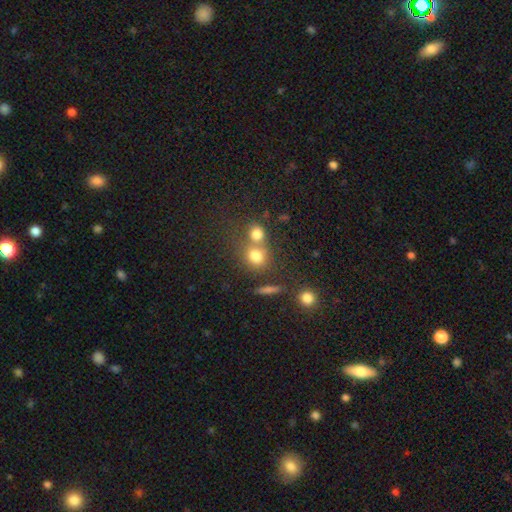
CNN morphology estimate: smooth_or_featured: smooth (p=0.77) [alt: star or artifact p=0.13]
how_rounded: round (p=0.75) [alt: in between p=0.23]
merging: none (p=0.46) [alt: merger p=0.42]